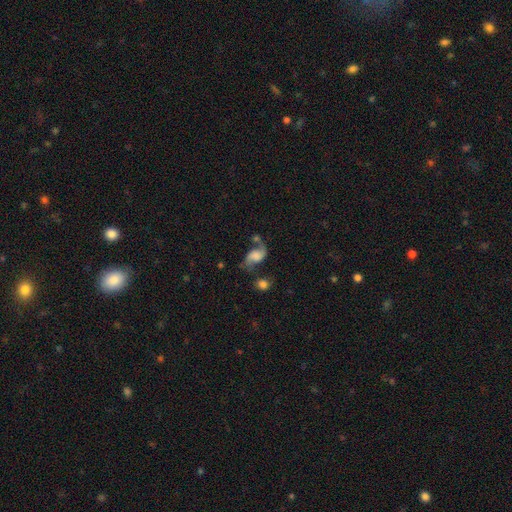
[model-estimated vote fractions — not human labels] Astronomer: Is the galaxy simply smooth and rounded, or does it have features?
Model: featured or disk — 63%.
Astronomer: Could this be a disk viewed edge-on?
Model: no — 97%.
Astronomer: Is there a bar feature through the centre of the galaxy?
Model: no — 61%.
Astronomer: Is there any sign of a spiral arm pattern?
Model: yes — 90%.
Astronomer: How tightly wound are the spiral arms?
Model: loose — 72%.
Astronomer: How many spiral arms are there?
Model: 2 — 84%.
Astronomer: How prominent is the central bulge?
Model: none — 36% (runner-up: large, 24%).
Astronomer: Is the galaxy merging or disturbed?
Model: none — 42% (runner-up: minor disturbance, 21%).